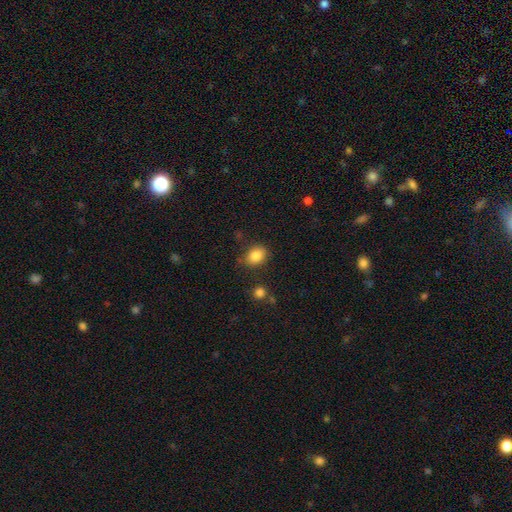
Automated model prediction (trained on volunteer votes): smooth_or_featured: smooth (p=0.85) [alt: star or artifact p=0.09]
how_rounded: in between (p=0.66) [alt: round p=0.33]
merging: none (p=0.79) [alt: minor disturbance p=0.14]